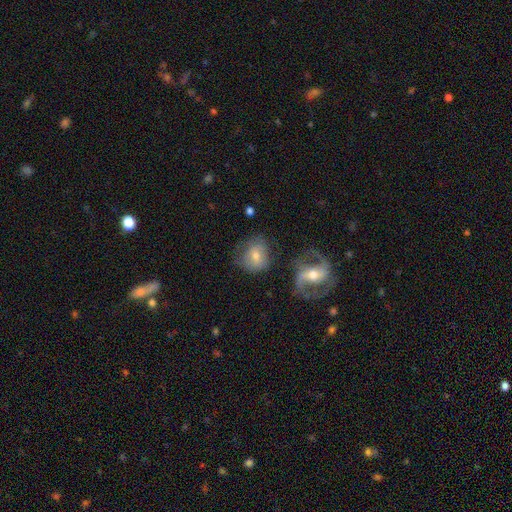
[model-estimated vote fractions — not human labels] featured or disk 47%, smooth 43%, star or artifact 10%. Down the decision tree: merging — none (62%).